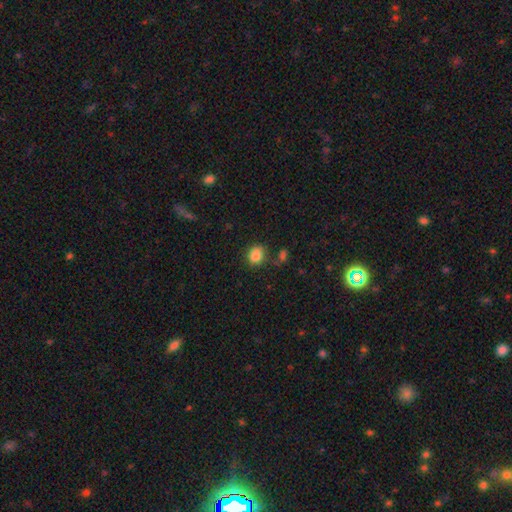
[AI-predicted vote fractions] smooth_or_featured: smooth (p=0.85) [alt: star or artifact p=0.10]
how_rounded: round (p=0.61) [alt: in between p=0.38]
merging: none (p=0.72) [alt: minor disturbance p=0.16]